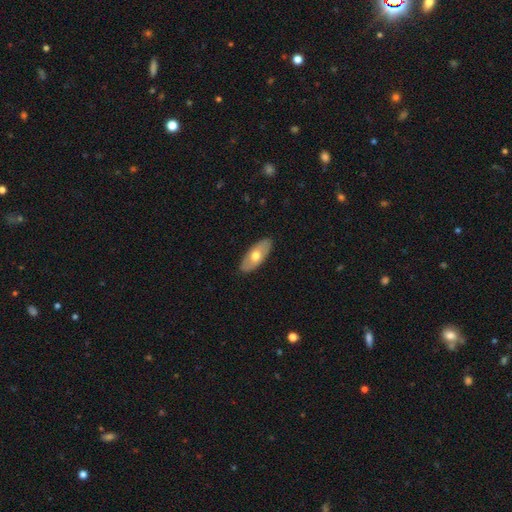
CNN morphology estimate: smooth-or-featured: smooth: 56% | featured or disk: 38% | star or artifact: 5%
  how-rounded: in between: 86% | cigar-shaped: 11% | round: 3%
  merging: none: 88% | minor disturbance: 9% | major disturbance: 2% | merger: 1%